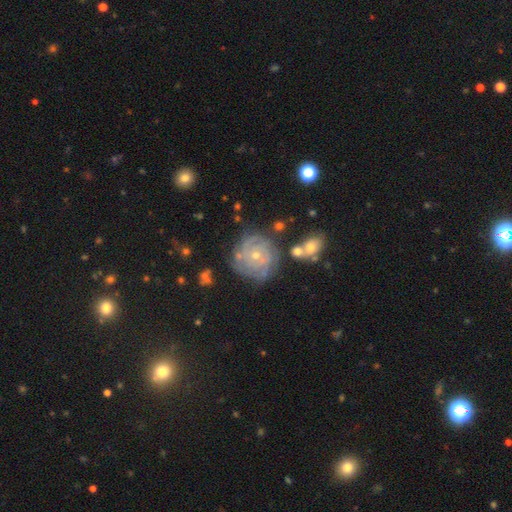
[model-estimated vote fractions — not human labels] This is clearly a featured or disk galaxy (80%). It is clearly not viewed edge-on (98%). Bar: likely no (77%). Spiral arm pattern: clearly yes (92%). Spiral arm count: marginally can't tell (37%). Spiral winding: likely tight (77%). Central bulge: likely small (60%). Merging: likely none (69%).